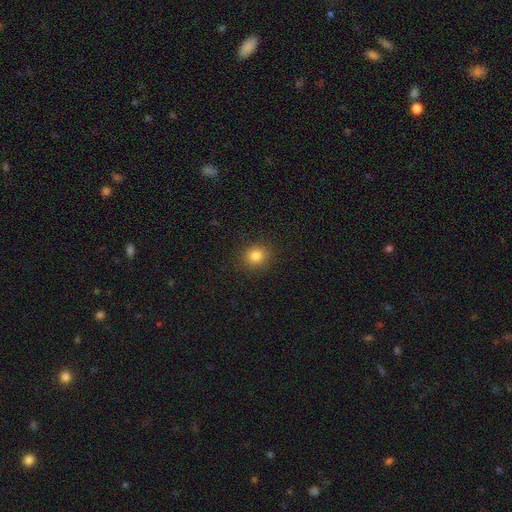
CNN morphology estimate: A smooth galaxy with no disk features (83%) that is round (82%).

Vote fractions:
- Smooth or featured? smooth: 83% / star or artifact: 12% / featured or disk: 5%
- How rounded? round: 82% / in between: 17% / cigar-shaped: 1%
- Merging? none: 89% / minor disturbance: 8% / major disturbance: 3% / merger: 1%